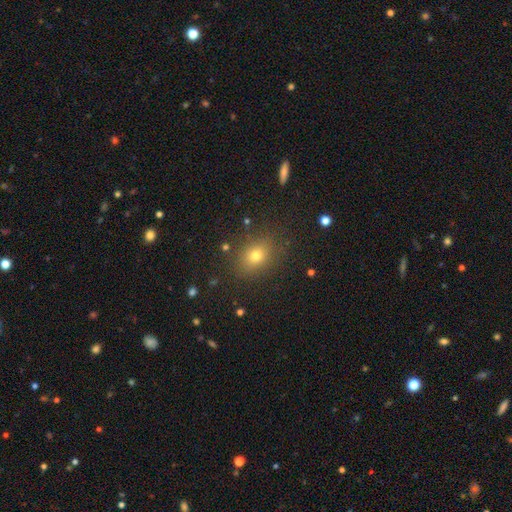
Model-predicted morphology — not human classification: Overall: smooth (73%). How rounded: in between (54%; round 45%). Merging: none (85%).